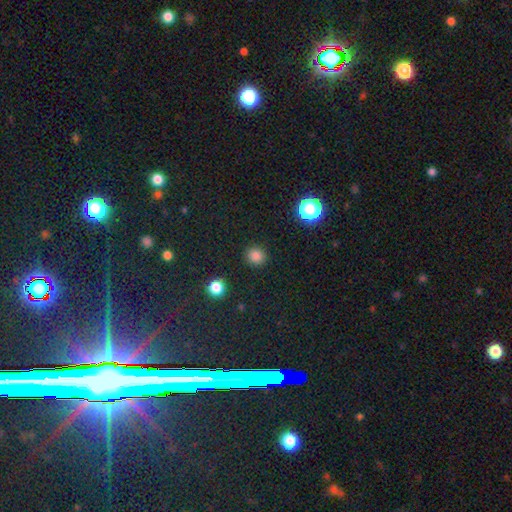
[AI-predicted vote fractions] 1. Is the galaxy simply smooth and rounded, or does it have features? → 81% smooth, 15% star or artifact, 4% featured or disk.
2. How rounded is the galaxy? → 89% round, 10% in between, 1% cigar-shaped.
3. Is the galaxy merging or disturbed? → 90% none, 6% minor disturbance, 3% major disturbance, 1% merger.